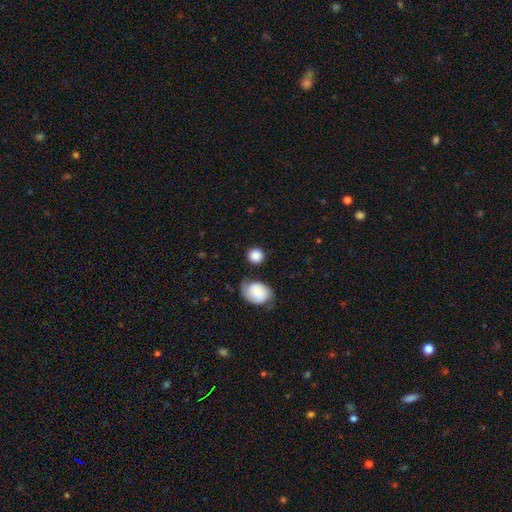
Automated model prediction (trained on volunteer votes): This appears to be a smooth galaxy with no disk features (86%) that is round (90%). Merging: none (76%).